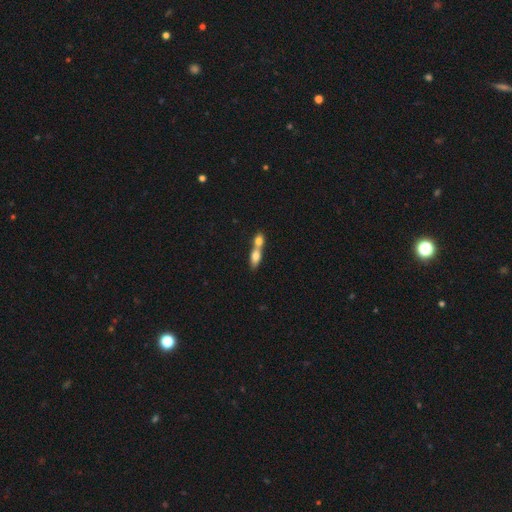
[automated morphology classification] smooth_or_featured: smooth (p=0.72) [alt: featured or disk p=0.21]
how_rounded: in between (p=0.65) [alt: cigar-shaped p=0.25]
merging: merger (p=0.75) [alt: none p=0.17]